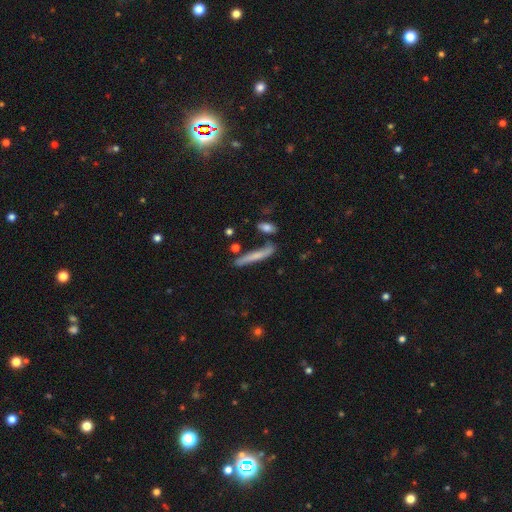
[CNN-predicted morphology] This appears to be a smooth galaxy with no disk features (58%) that is cigar-shaped (93%). Merging: none (74%).